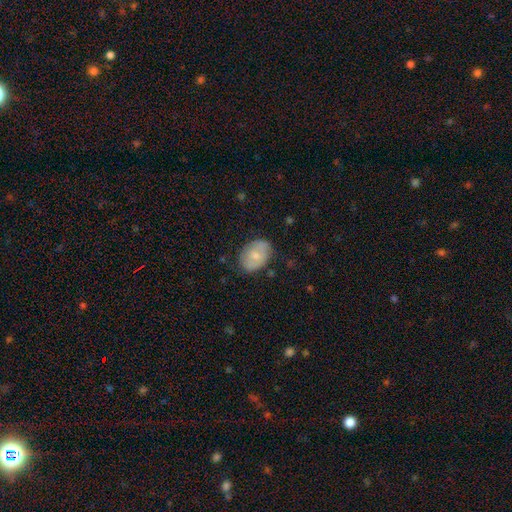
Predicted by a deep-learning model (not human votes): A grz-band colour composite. It shows a smooth galaxy with no disk features (65%) that is in between round and cigar-shaped (78%). Merging: none (75%).